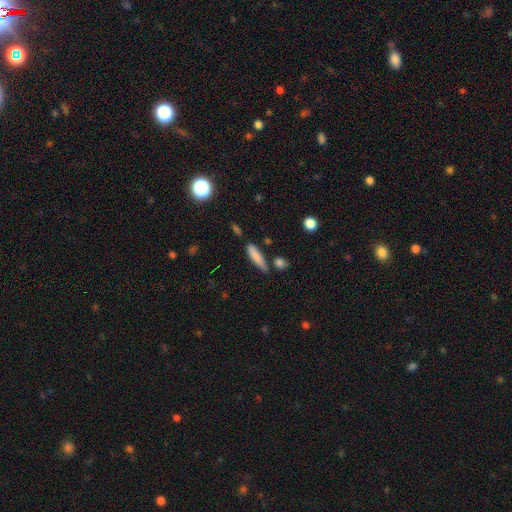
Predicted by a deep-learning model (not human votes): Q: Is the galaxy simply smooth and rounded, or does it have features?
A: smooth — 80%.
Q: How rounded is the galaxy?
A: cigar-shaped — 76%.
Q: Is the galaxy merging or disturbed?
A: none — 67%.